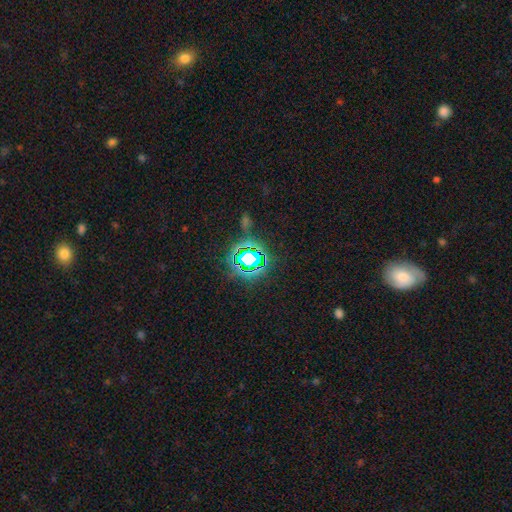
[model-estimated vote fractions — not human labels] Morphology: type=star or artifact (73%).